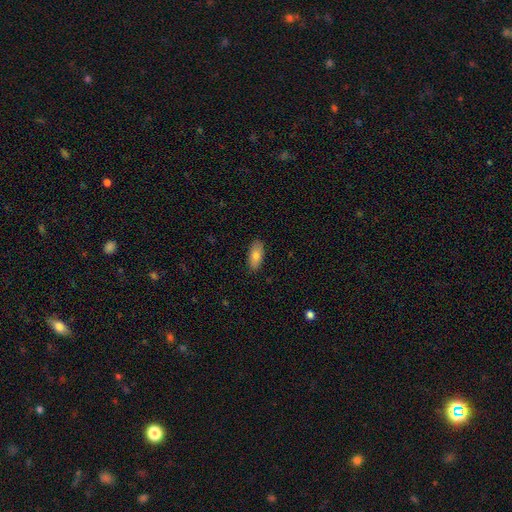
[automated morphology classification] smooth-or-featured: smooth: 80% | featured or disk: 13% | star or artifact: 7%
  how-rounded: in between: 90% | cigar-shaped: 7% | round: 3%
  merging: none: 87% | minor disturbance: 10% | major disturbance: 2% | merger: 1%